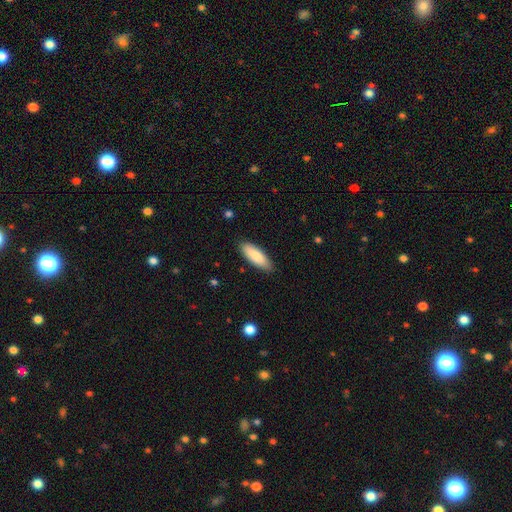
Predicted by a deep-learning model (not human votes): smooth_or_featured: smooth (p=0.84) [alt: featured or disk p=0.11]
how_rounded: in between (p=0.63) [alt: cigar-shaped p=0.35]
merging: none (p=0.87) [alt: minor disturbance p=0.10]